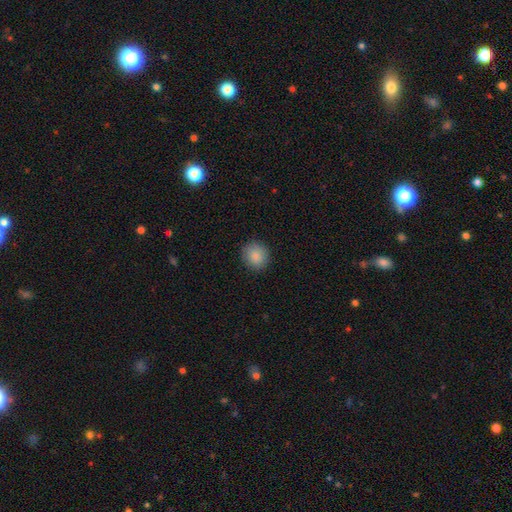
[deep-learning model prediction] The model was most divided on "how rounded": round: 85%, in between: 14%, cigar-shaped: 1%. More confident: merging — none (90%); smooth or featured — smooth (88%).